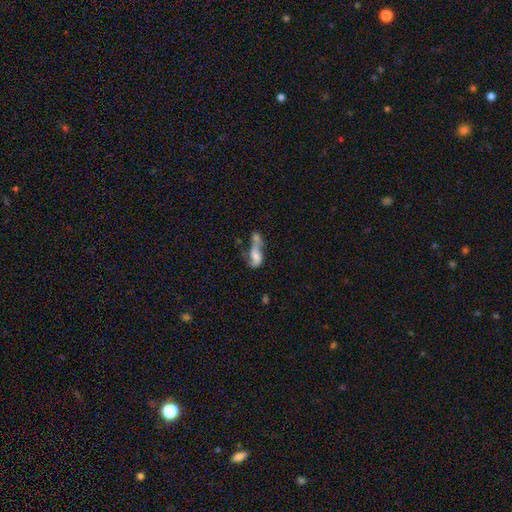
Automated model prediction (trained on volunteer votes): This is possibly a smooth galaxy (55%). How rounded: likely in between (76%). Merging: possibly merger (58%).